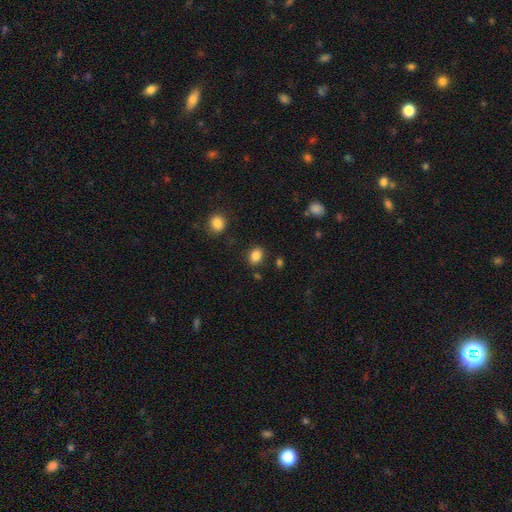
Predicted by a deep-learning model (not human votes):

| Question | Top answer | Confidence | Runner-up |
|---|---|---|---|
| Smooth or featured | smooth | 85% | star or artifact (10%) |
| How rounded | in between | 63% | round (36%) |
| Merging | none | 84% | minor disturbance (10%) |